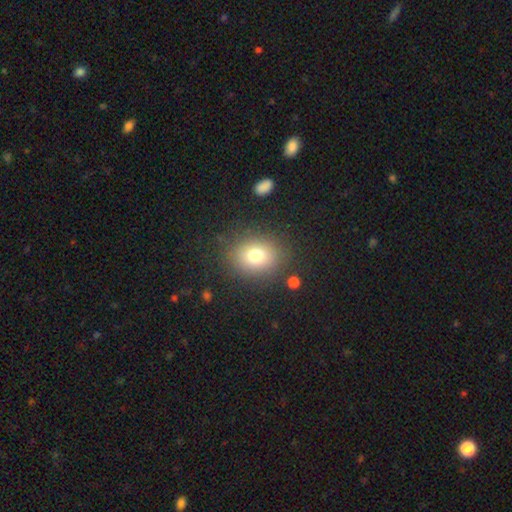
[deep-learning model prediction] Q: Smooth or featured?
A: smooth (75%); runner-up: star or artifact (13%)
Q: How rounded?
A: round (59%); runner-up: in between (40%)
Q: Merging?
A: none (83%); runner-up: minor disturbance (10%)